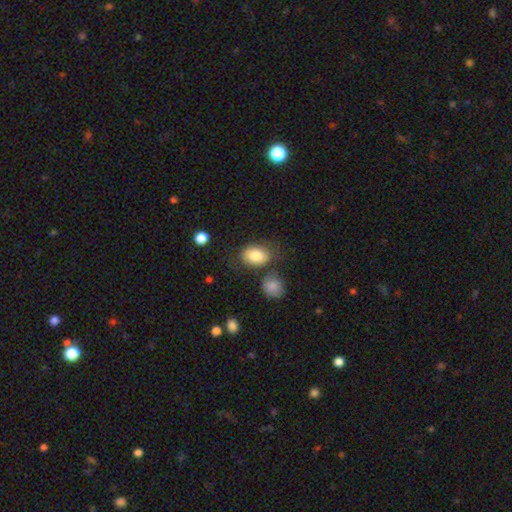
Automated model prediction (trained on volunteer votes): smooth 82%, featured or disk 11%, star or artifact 7%. Down the decision tree: how rounded — in between (76%); merging — none (67%).